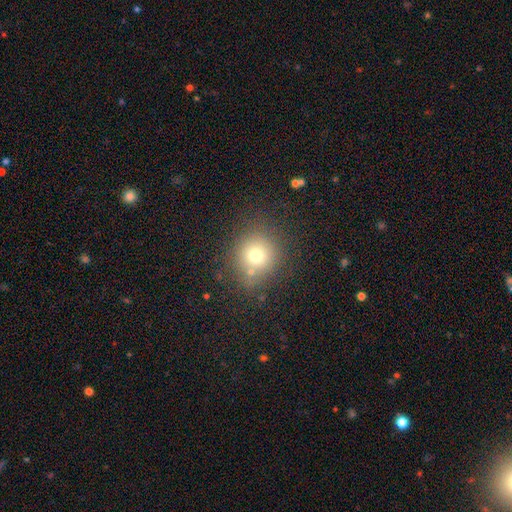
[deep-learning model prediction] This is likely a smooth galaxy (70%). How rounded: clearly round (85%). Merging: likely none (72%).